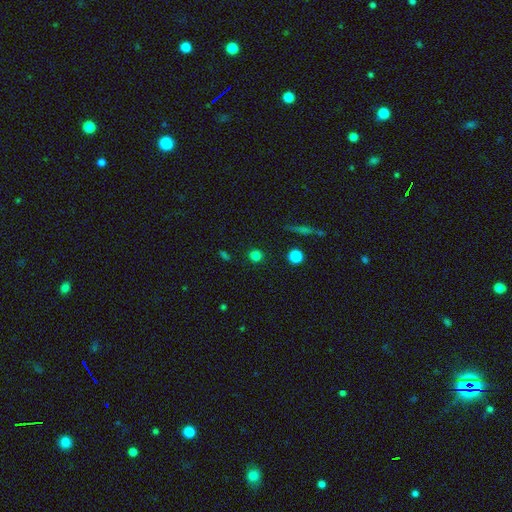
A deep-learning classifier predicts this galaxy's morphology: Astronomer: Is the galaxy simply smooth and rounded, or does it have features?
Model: smooth — 80%.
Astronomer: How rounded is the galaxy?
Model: round — 93%.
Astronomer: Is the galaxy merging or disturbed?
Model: none — 89%.